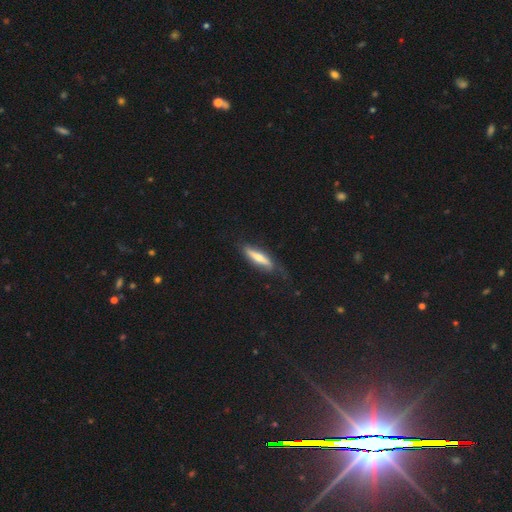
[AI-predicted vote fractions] smooth_or_featured: smooth (p=0.48) [alt: featured or disk p=0.45]
merging: none (p=0.61) [alt: minor disturbance p=0.27]